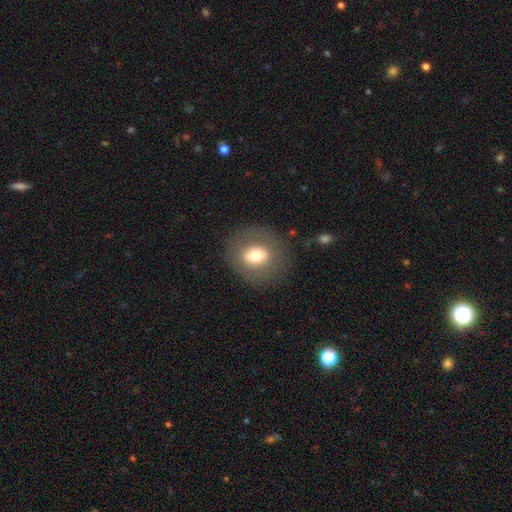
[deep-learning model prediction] Overall: smooth (63%; featured or disk 28%). How rounded: round (68%; in between 31%). Merging: none (82%).